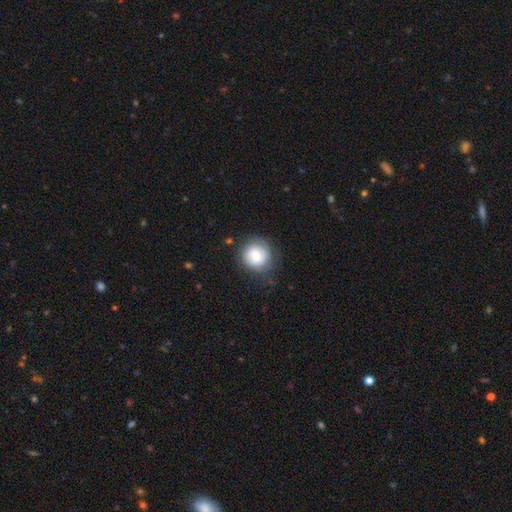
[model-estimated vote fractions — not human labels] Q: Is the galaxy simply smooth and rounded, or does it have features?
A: smooth — 67%.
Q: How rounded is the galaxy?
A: round — 91%.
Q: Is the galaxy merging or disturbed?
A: none — 72%.